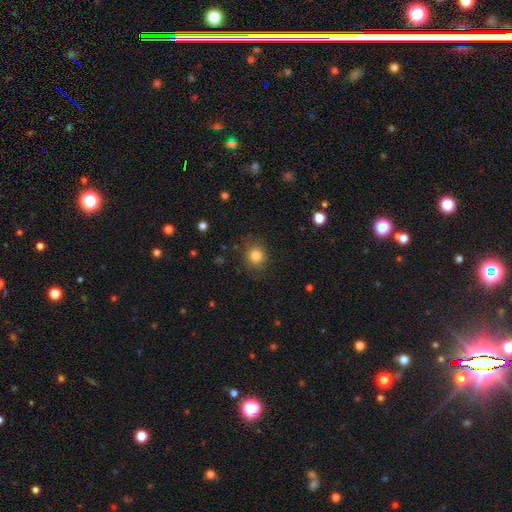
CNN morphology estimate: Smooth or featured: smooth — 83% (star or artifact — 11%)
How rounded: round — 82% (in between — 17%)
Merging: none — 84% (minor disturbance — 11%)